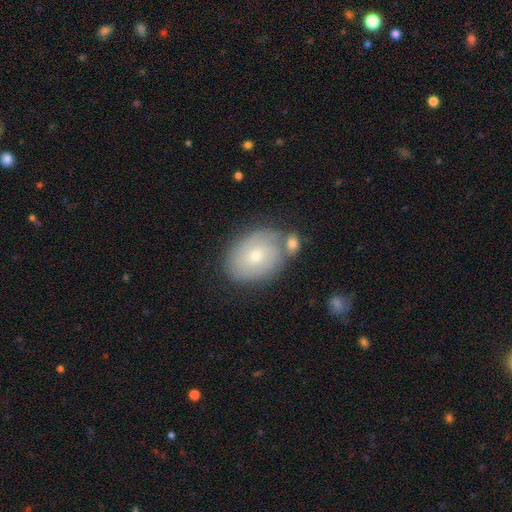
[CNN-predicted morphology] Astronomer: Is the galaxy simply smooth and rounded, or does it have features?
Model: smooth — 49% (runner-up: featured or disk, 43%).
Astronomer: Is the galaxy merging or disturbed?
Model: none — 63%.